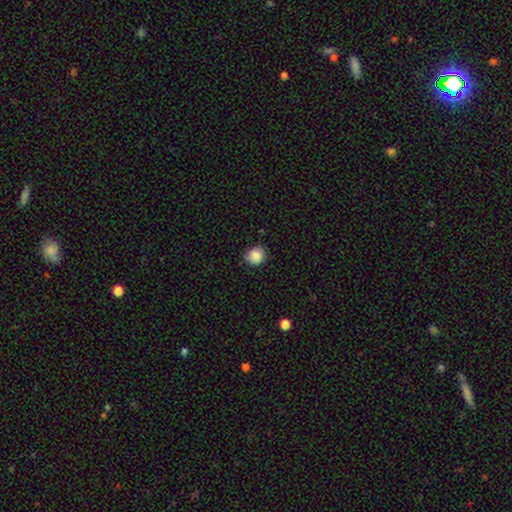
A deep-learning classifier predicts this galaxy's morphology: smooth_or_featured: smooth (p=0.86) [alt: star or artifact p=0.09]
how_rounded: round (p=0.82) [alt: in between p=0.17]
merging: none (p=0.77) [alt: minor disturbance p=0.19]